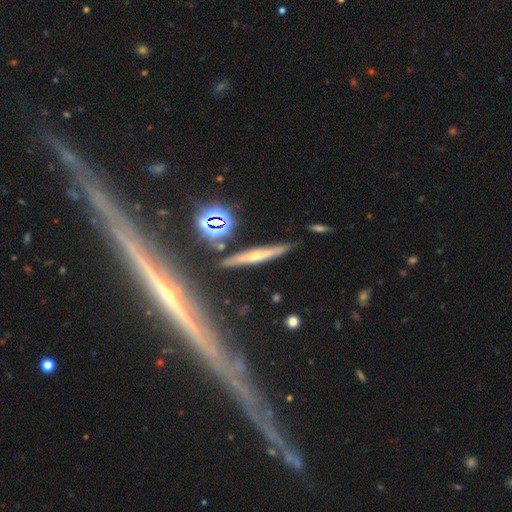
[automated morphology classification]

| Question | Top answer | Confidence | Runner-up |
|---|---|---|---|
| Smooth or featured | featured or disk | 65% | smooth (22%) |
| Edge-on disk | yes | 93% | no (7%) |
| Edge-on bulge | rounded | 81% | none (14%) |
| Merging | none | 83% | minor disturbance (11%) |